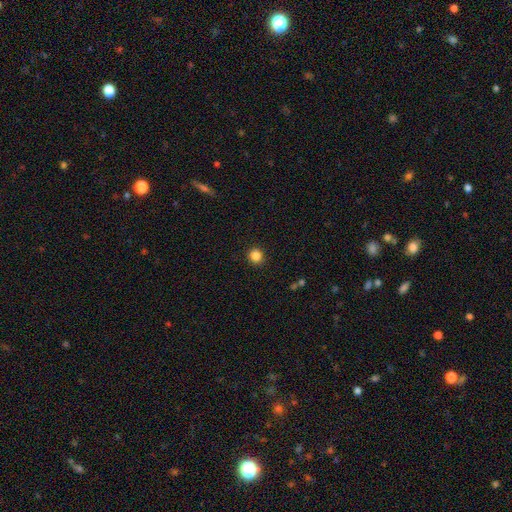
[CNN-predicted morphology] type=smooth (86%); roundness=round (92%); merging=none (92%).